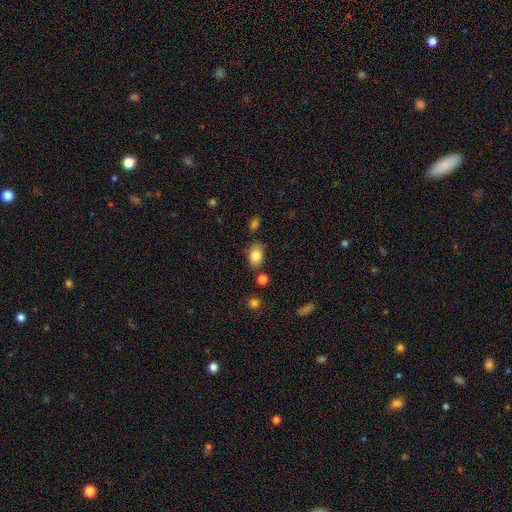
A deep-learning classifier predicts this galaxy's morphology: Q: Smooth or featured?
A: smooth (83%); runner-up: featured or disk (9%)
Q: How rounded?
A: in between (85%); runner-up: round (14%)
Q: Merging?
A: none (77%); runner-up: minor disturbance (14%)